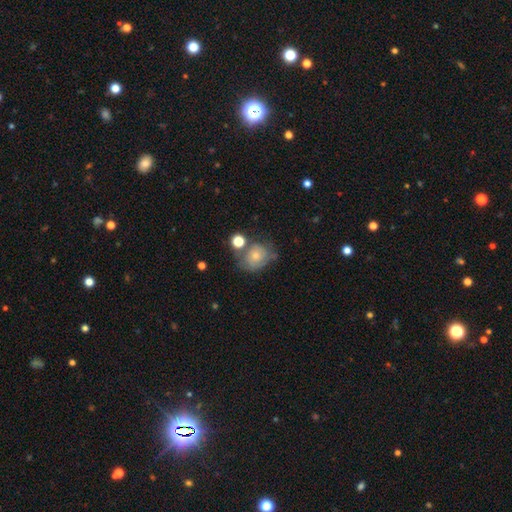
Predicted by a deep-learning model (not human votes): A smooth galaxy with no disk features (60%) that is round (65%).

Vote fractions:
- Smooth or featured? smooth: 60% / featured or disk: 29% / star or artifact: 10%
- How rounded? round: 65% / in between: 34% / cigar-shaped: 1%
- Merging? none: 44% / minor disturbance: 26% / merger: 17% / major disturbance: 14%